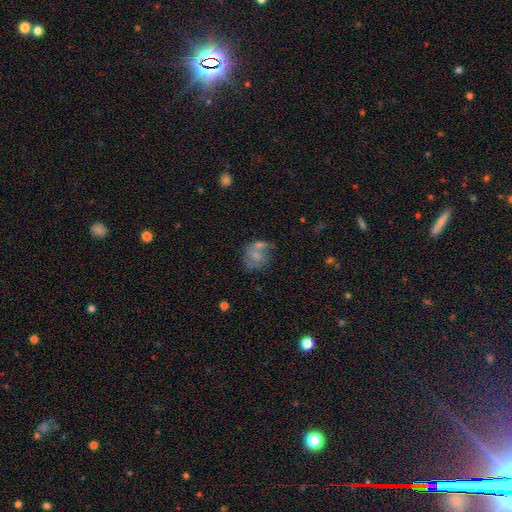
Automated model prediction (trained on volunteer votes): smooth_or_featured: smooth (p=0.55) [alt: featured or disk p=0.35]
how_rounded: round (p=0.55) [alt: in between p=0.43]
merging: none (p=0.33) [tied with: merger p=0.33]